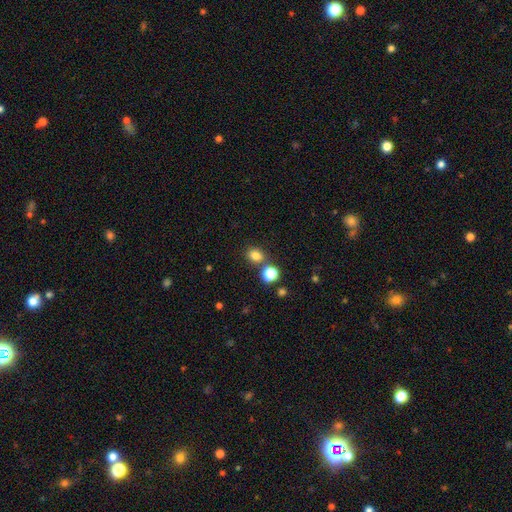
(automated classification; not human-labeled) This is clearly a smooth galaxy (81%). How rounded: possibly round (52%). Merging: likely none (72%).